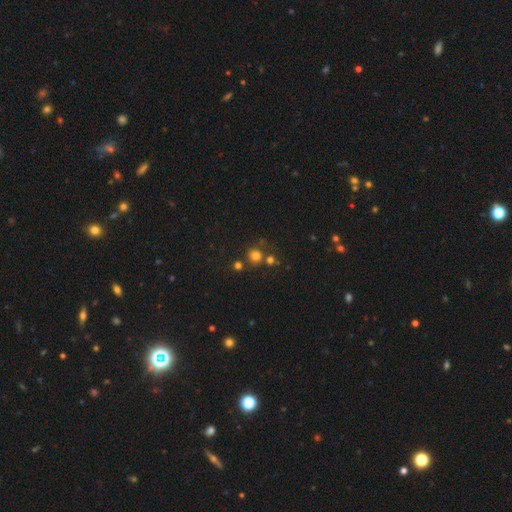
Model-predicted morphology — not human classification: smooth-or-featured: smooth: 74% | star or artifact: 19% | featured or disk: 7%
  how-rounded: round: 91% | in between: 8% | cigar-shaped: 1%
  merging: none: 71% | merger: 16% | minor disturbance: 9% | major disturbance: 4%